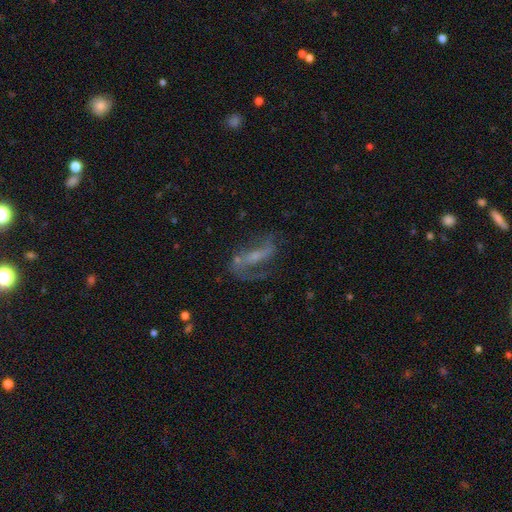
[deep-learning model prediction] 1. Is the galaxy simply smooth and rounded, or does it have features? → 77% featured or disk, 14% smooth, 9% star or artifact.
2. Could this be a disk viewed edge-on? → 92% no, 8% yes.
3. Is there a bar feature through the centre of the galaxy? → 37% weak, 36% strong, 27% no.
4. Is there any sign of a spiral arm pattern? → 88% yes, 12% no.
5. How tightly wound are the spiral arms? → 52% loose, 37% medium, 11% tight.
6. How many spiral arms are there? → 79% 2, 12% 1, 5% can't tell, 1% 3, 1% 4, 1% more than 4.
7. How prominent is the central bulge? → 47% small, 26% none, 22% moderate, 4% large, 1% dominant.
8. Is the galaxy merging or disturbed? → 54% none, 24% major disturbance, 18% minor disturbance, 5% merger.